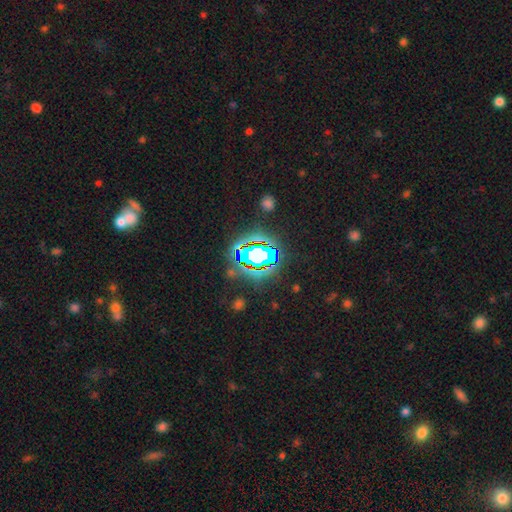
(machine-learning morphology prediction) This is likely a star or artifact rather than a galaxy (64%).